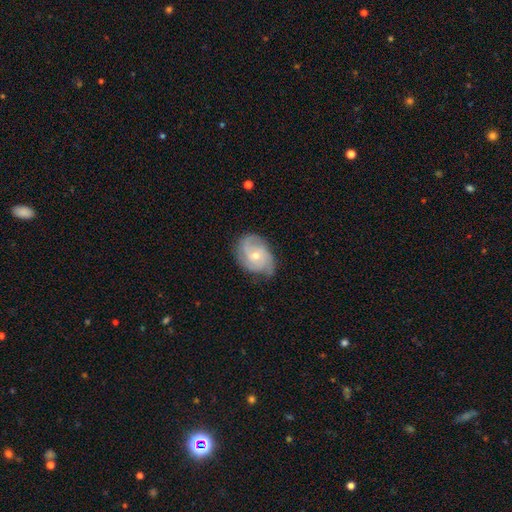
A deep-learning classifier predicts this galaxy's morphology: A featured or disk galaxy (73%) with no bar (71%), 3 (40%) tight (45%) spiral arms (93%) and a small central bulge (50%). Merging: none (67%).